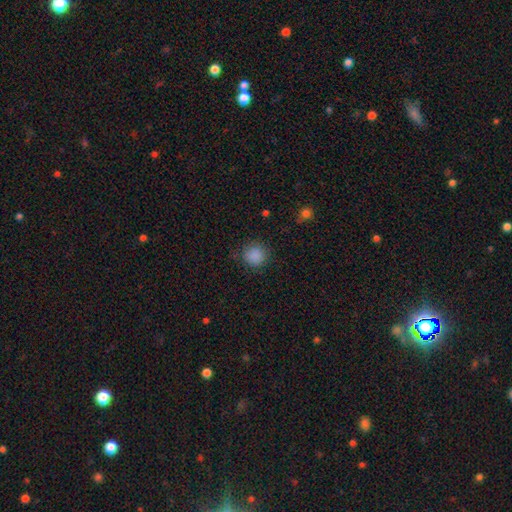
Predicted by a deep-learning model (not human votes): Smooth or featured? Predicted: smooth (p=0.86). How rounded? Predicted: round (p=0.92). Merging? Predicted: none (p=0.85).